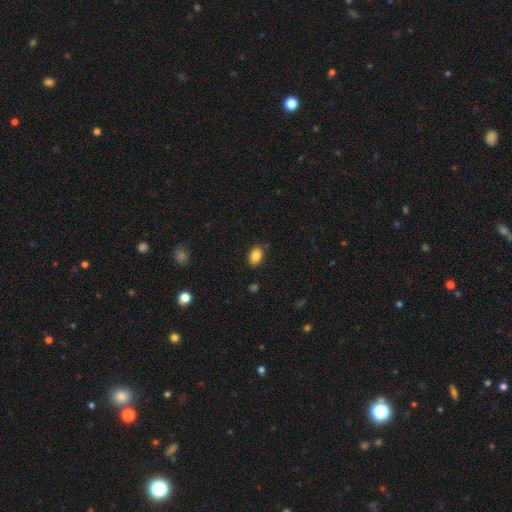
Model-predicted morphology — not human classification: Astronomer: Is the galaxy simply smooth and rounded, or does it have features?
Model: smooth — 87%.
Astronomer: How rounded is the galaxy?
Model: in between — 85%.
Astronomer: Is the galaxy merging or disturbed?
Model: none — 82%.